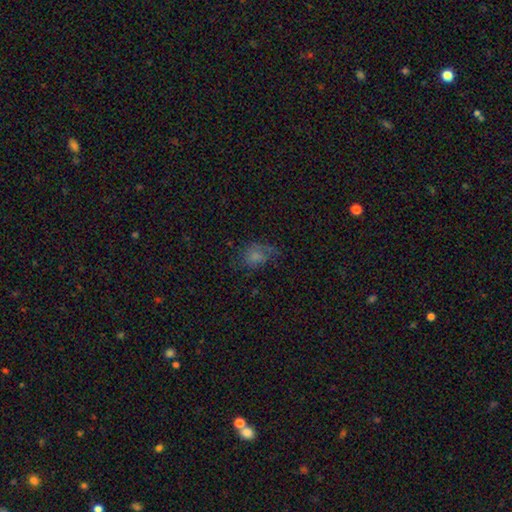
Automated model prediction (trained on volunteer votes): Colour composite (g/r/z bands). It shows a smooth galaxy with no disk features (58%) that is in between round and cigar-shaped (54%). Merging: none (44%).